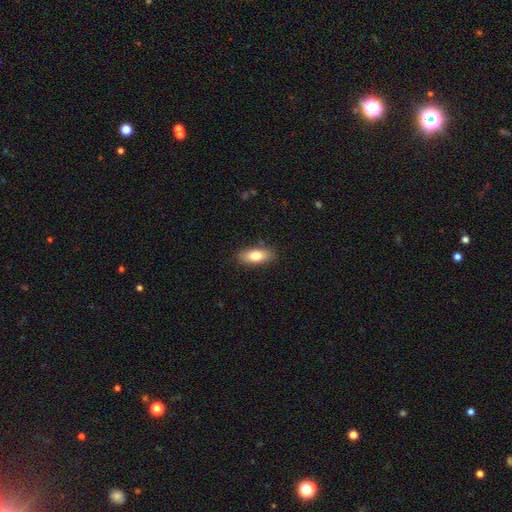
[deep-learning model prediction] smooth 78%, featured or disk 15%, star or artifact 7%. Down the decision tree: how rounded — in between (81%); merging — none (86%).